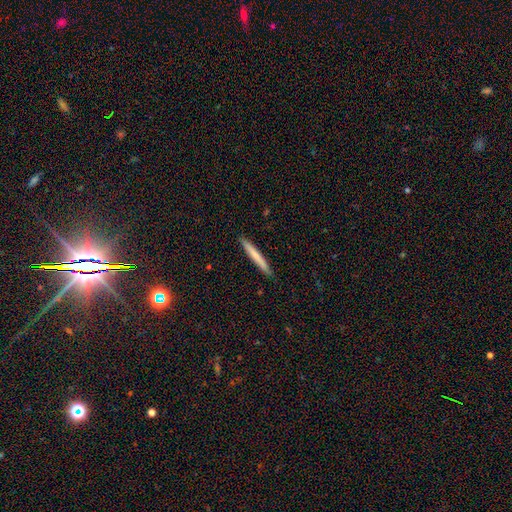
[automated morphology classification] Smooth or featured?
  - smooth: 70% *
  - featured or disk: 25%
  - star or artifact: 6%
How rounded?
  - cigar-shaped: 97% *
  - in between: 2%
  - round: 1%
Merging?
  - none: 92% *
  - minor disturbance: 6%
  - major disturbance: 1%
  - merger: 1%